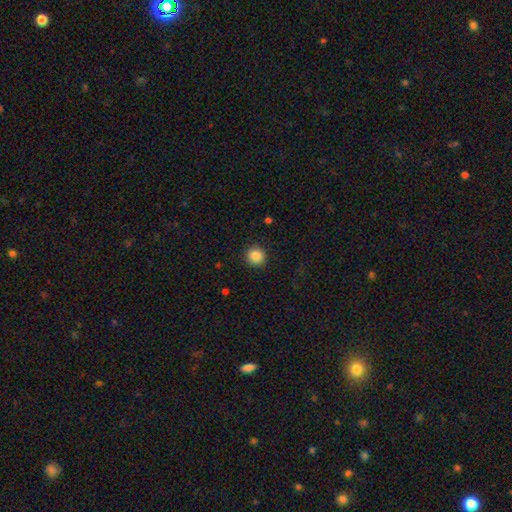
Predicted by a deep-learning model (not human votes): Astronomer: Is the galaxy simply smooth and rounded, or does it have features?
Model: smooth — 86%.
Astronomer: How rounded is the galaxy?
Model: round — 94%.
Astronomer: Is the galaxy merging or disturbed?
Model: none — 90%.